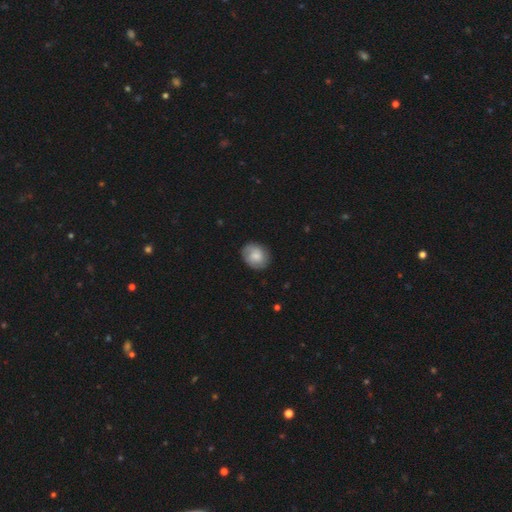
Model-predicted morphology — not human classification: Smooth or featured: smooth — 66% (featured or disk — 27%)
How rounded: round — 59% (in between — 40%)
Merging: none — 83% (minor disturbance — 13%)